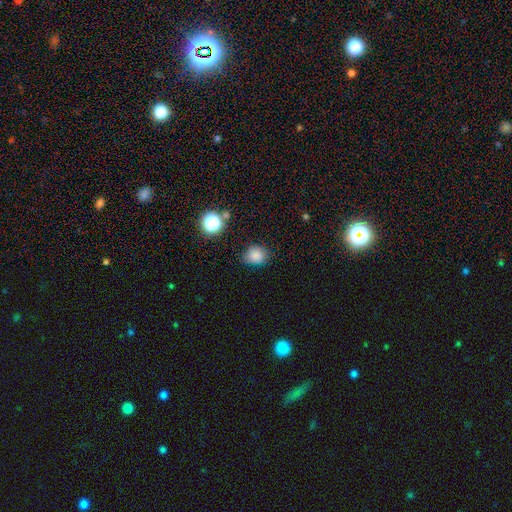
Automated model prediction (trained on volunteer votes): A smooth galaxy with no disk features (81%) that is round (63%). Merging: none (69%).